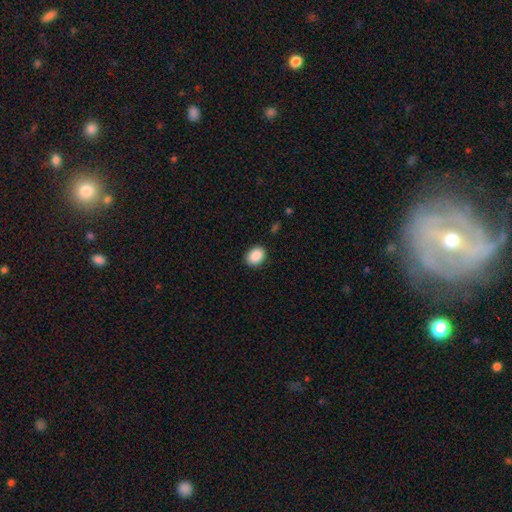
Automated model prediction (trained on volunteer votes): smooth 89%, star or artifact 8%, featured or disk 3%. Down the decision tree: how rounded — in between (63%); merging — none (88%).